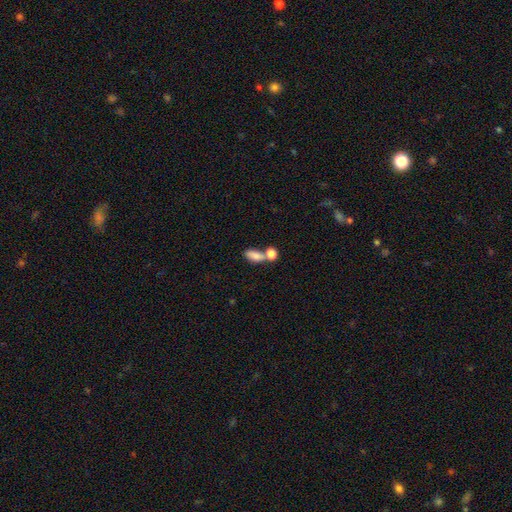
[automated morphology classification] A smooth galaxy with no disk features (81%) that is in between round and cigar-shaped (83%). Merging: merger (52%).